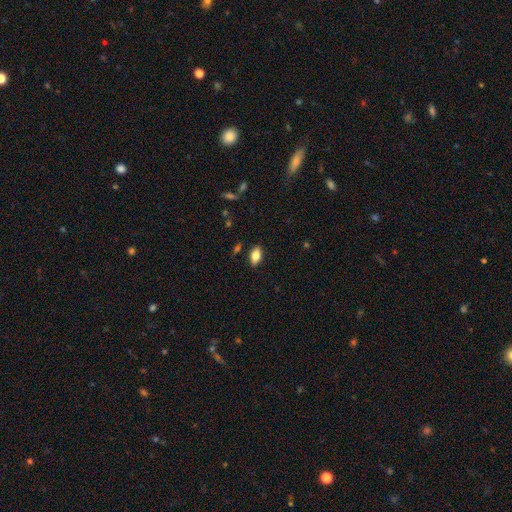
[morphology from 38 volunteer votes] A smooth galaxy with no disk features (76%) that is in between round and cigar-shaped (76%).

Vote fractions:
- Smooth or featured? smooth: 76% / featured or disk: 18% / star or artifact: 5%
- How rounded? in between: 76% / cigar-shaped: 17% / round: 7%
- Merging? none: 94% / major disturbance: 3% / merger: 3% / minor disturbance: 0%